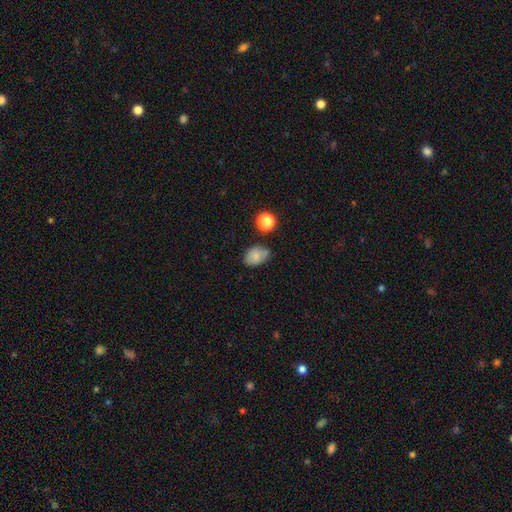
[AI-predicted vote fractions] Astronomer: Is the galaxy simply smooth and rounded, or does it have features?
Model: smooth — 75%.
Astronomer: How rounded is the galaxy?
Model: in between — 76%.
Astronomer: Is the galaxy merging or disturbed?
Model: none — 57%.